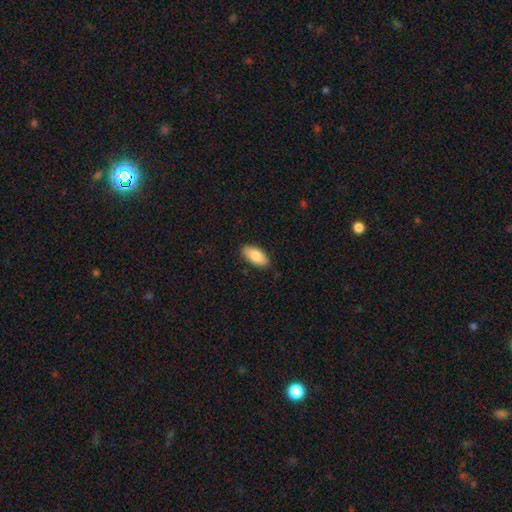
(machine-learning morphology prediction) Smooth or featured? Predicted: smooth (p=0.85). How rounded? Predicted: in between (p=0.91). Merging? Predicted: none (p=0.87).